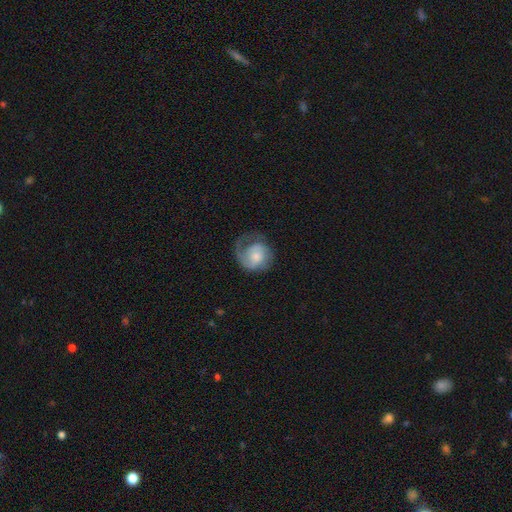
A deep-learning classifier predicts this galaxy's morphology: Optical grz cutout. It shows a featured or disk galaxy (63%) with no bar (68%), 1 (55%) medium (40%) spiral arms (89%) and a moderate central bulge (41%). Merging: none (46%).